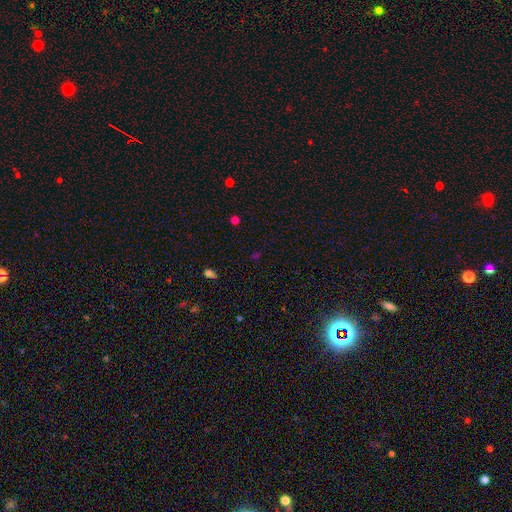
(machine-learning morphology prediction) Smooth or featured? Predicted: star or artifact (p=0.56).